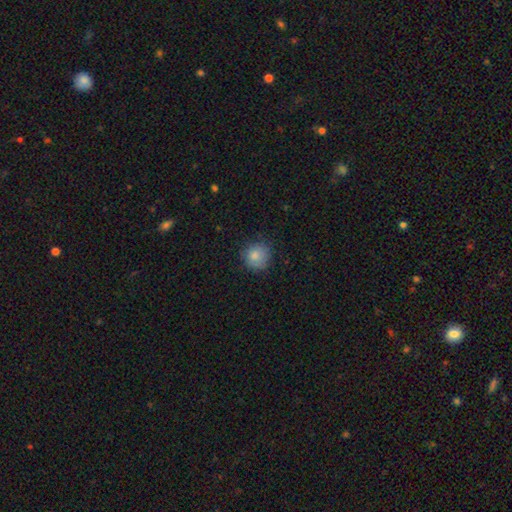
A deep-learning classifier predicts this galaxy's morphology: Smooth or featured? smooth (84%)
How rounded? round (90%)
Merging? none (78%)